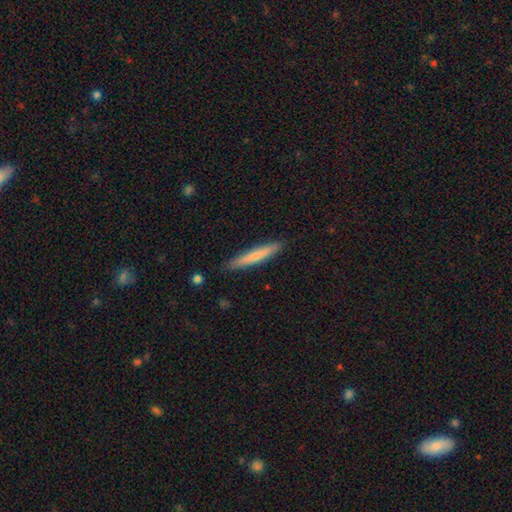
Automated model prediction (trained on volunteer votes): Smooth or featured? Predicted: smooth (p=0.68). How rounded? Predicted: cigar-shaped (p=0.94). Merging? Predicted: none (p=0.89).